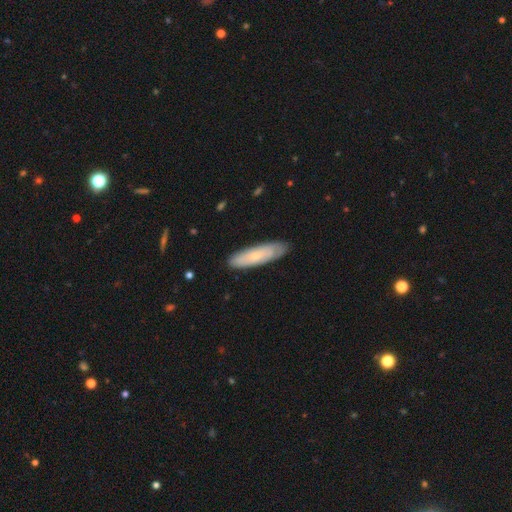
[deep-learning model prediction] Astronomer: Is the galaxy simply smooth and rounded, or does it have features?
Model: smooth — 58% (runner-up: featured or disk, 36%).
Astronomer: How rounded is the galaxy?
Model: cigar-shaped — 60% (runner-up: in between, 38%).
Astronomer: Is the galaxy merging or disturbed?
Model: none — 83%.